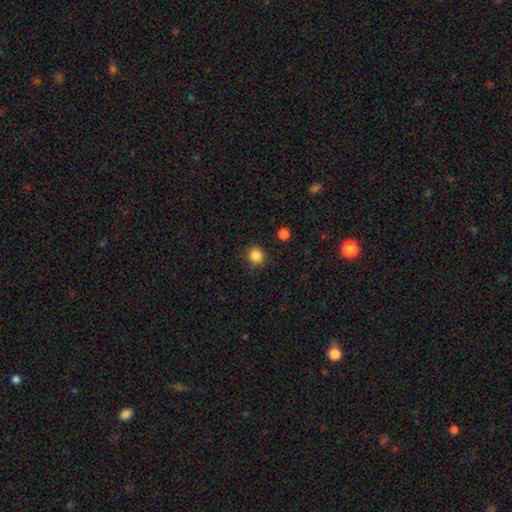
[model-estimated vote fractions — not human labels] Smooth or featured: smooth — 85% (star or artifact — 11%)
How rounded: round — 91% (in between — 8%)
Merging: none — 88% (minor disturbance — 8%)